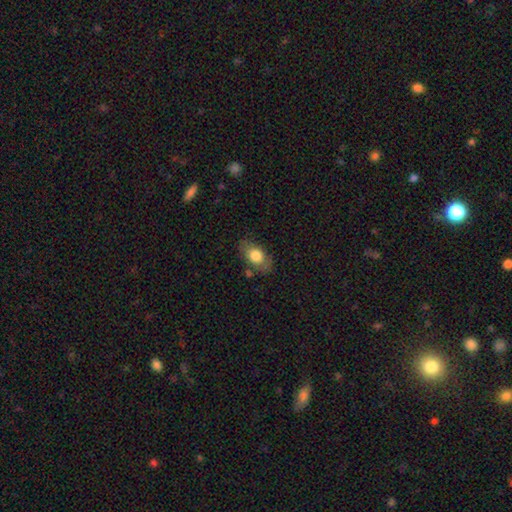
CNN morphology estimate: Smooth or featured: smooth — 75% (featured or disk — 19%)
How rounded: in between — 86% (round — 11%)
Merging: none — 73% (minor disturbance — 18%)